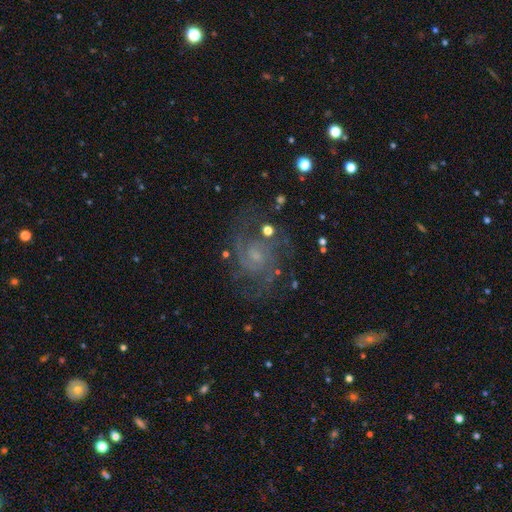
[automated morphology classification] Q: Smooth or featured?
A: featured or disk (83%); runner-up: star or artifact (9%)
Q: Edge-on disk?
A: no (98%); runner-up: yes (2%)
Q: Bar?
A: no (60%); runner-up: weak (35%)
Q: Spiral arms?
A: yes (96%); runner-up: no (4%)
Q: Spiral winding?
A: medium (48%); runner-up: tight (39%)
Q: Spiral arm count?
A: 2 (50%); runner-up: can't tell (18%)
Q: Bulge size?
A: small (61%); runner-up: moderate (25%)
Q: Merging?
A: none (70%); runner-up: minor disturbance (16%)